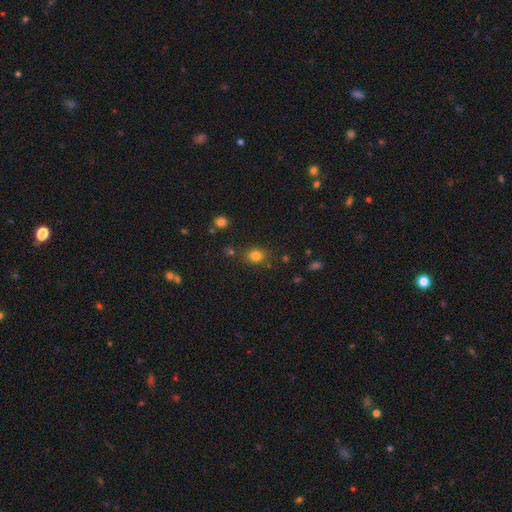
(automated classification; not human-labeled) The model was most divided on "how rounded": round: 64%, in between: 35%, cigar-shaped: 1%. More confident: smooth or featured — smooth (80%); merging — none (79%).